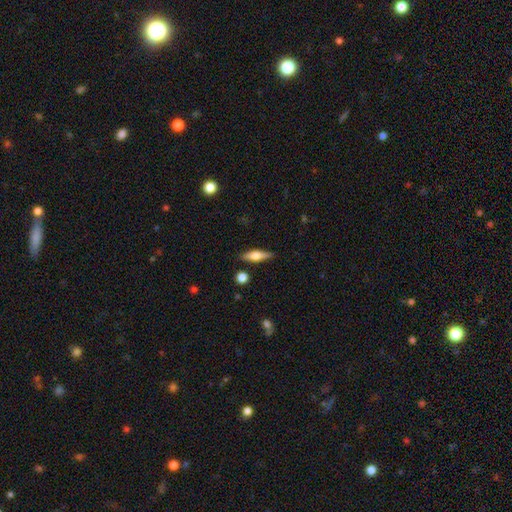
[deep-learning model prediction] A featured or disk galaxy (55%) viewed edge-on (95%) with a rounded central bulge (89%).

Vote fractions:
- Smooth or featured? featured or disk: 55% / smooth: 39% / star or artifact: 6%
- Edge-on disk? yes: 95% / no: 5%
- Edge-on bulge? rounded: 89% / boxy: 9% / none: 3%
- Merging? none: 86% / minor disturbance: 9% / merger: 2% / major disturbance: 2%